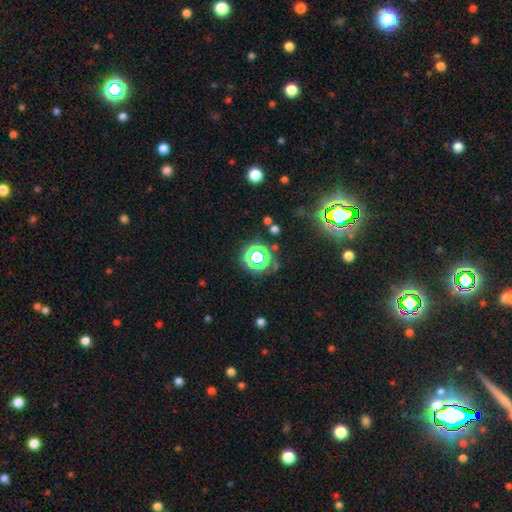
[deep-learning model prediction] Overall: star or artifact (61%; smooth 28%).